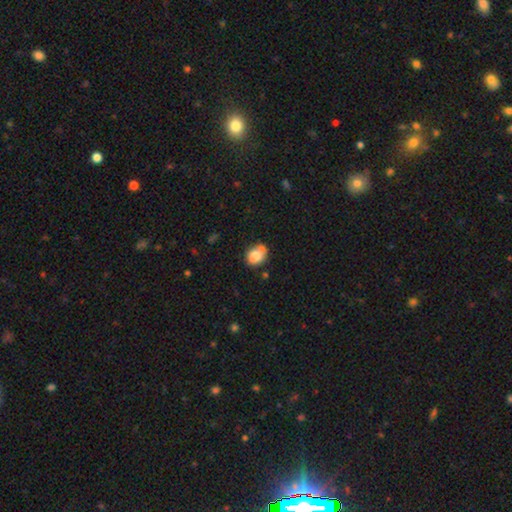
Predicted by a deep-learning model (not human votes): Smooth or featured?
  - smooth: 78% *
  - featured or disk: 13%
  - star or artifact: 9%
How rounded?
  - round: 58% *
  - in between: 41%
  - cigar-shaped: 1%
Merging?
  - none: 46% *
  - merger: 30%
  - minor disturbance: 18%
  - major disturbance: 6%